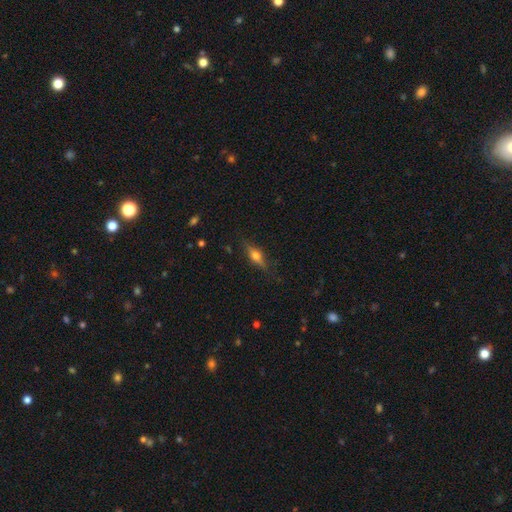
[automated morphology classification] A featured or disk galaxy (47%). Merging: none (81%).